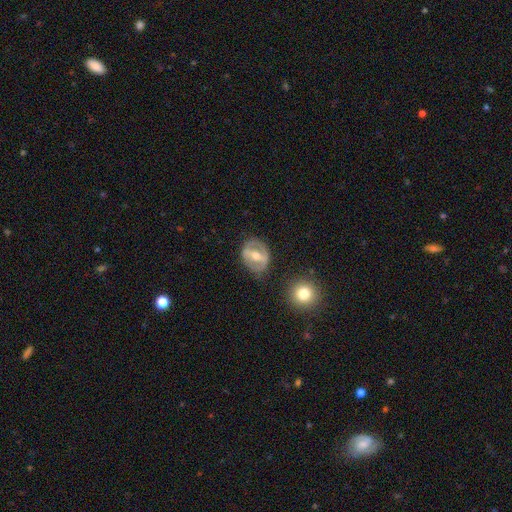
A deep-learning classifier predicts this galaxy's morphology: The model was most divided on "bar": strong: 55%, weak: 28%, no: 16%. More confident: edge-on disk — no (93%); merging — none (70%); bulge size — moderate (69%); smooth or featured — featured or disk (66%); spiral arms — no (64%).